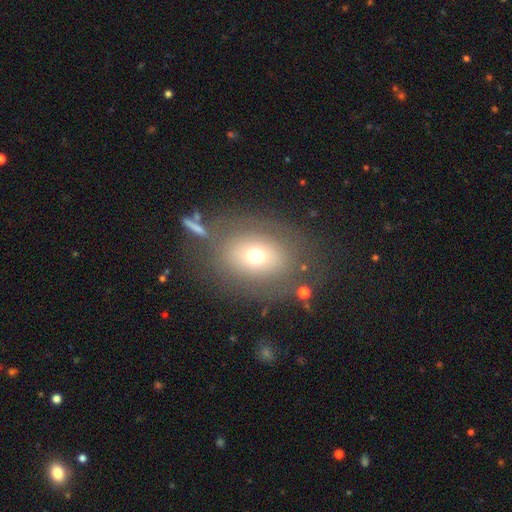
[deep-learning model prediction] The model was most divided on "how rounded": in between: 50%, round: 49%, cigar-shaped: 1%. More confident: merging — none (68%); smooth or featured — smooth (65%).